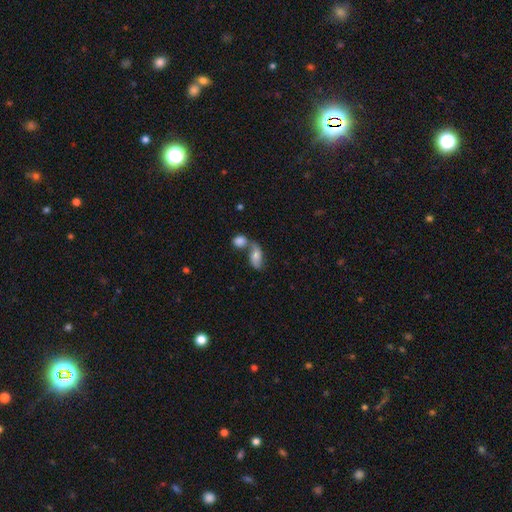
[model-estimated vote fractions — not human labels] Overall: smooth (58%; featured or disk 33%). How rounded: in between (83%). Merging: merger (56%; none 27%).